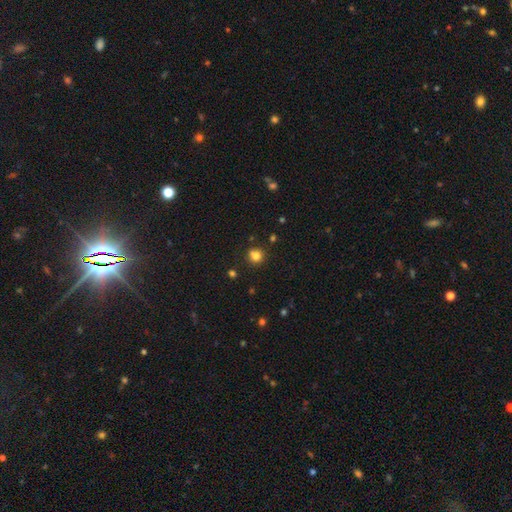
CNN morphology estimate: This is clearly a smooth galaxy (81%). How rounded: clearly round (87%). Merging: clearly none (82%).